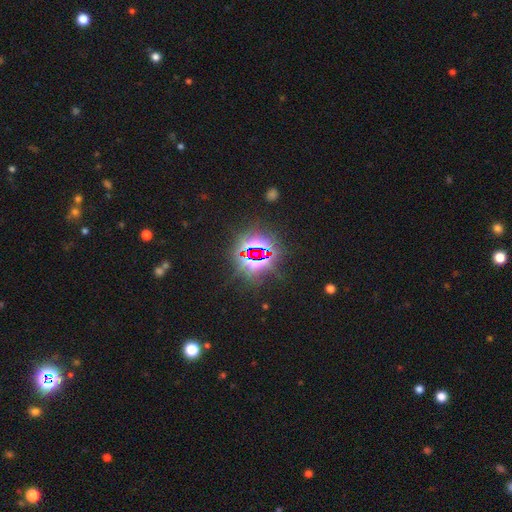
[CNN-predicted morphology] Overall: star or artifact (81%).